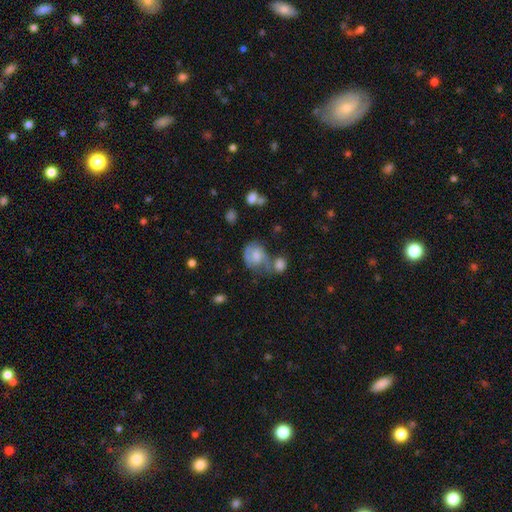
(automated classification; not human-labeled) A featured or disk galaxy (47%).

Vote fractions:
- Smooth or featured? featured or disk: 47% / smooth: 44% / star or artifact: 9%
- Merging? none: 34% / merger: 29% / minor disturbance: 21% / major disturbance: 16%